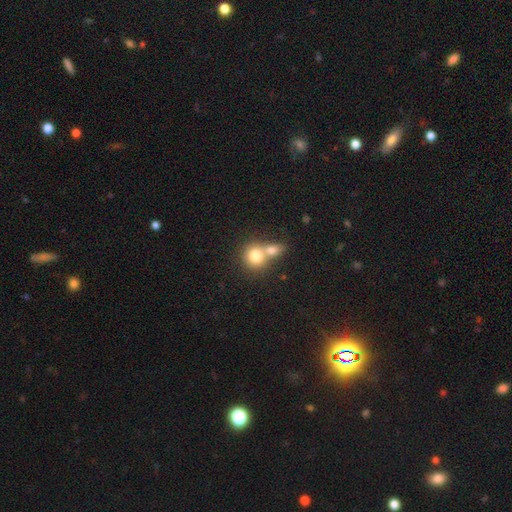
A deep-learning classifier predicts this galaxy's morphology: Q: Smooth or featured?
A: smooth (77%); runner-up: featured or disk (14%)
Q: How rounded?
A: round (80%); runner-up: in between (19%)
Q: Merging?
A: merger (61%); runner-up: none (29%)